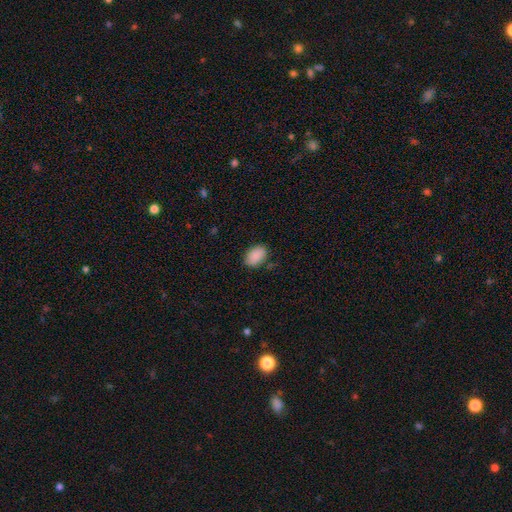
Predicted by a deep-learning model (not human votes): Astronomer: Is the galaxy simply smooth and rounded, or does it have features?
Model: smooth — 89%.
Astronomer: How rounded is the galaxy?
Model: in between — 88%.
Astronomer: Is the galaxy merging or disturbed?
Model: none — 80%.